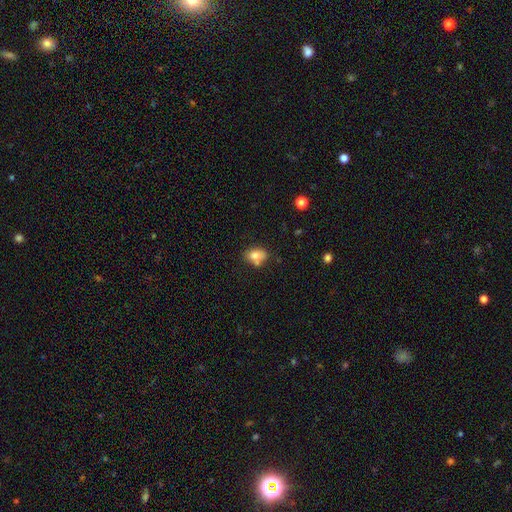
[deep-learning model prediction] A smooth galaxy with no disk features (77%) that is in between round and cigar-shaped (73%). Merging: none (54%).